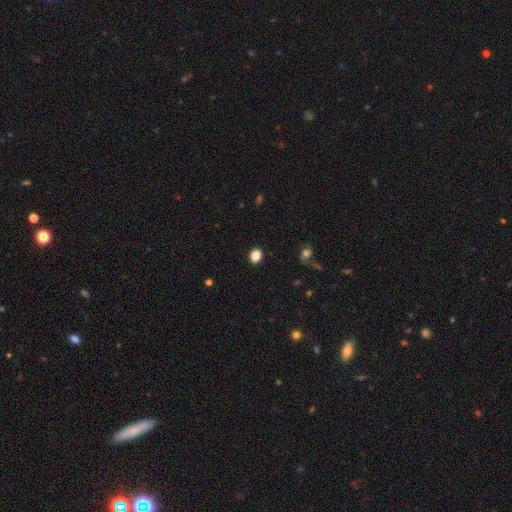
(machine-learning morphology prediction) Smooth or featured? smooth (87%)
How rounded? in between (50%)
Merging? none (90%)